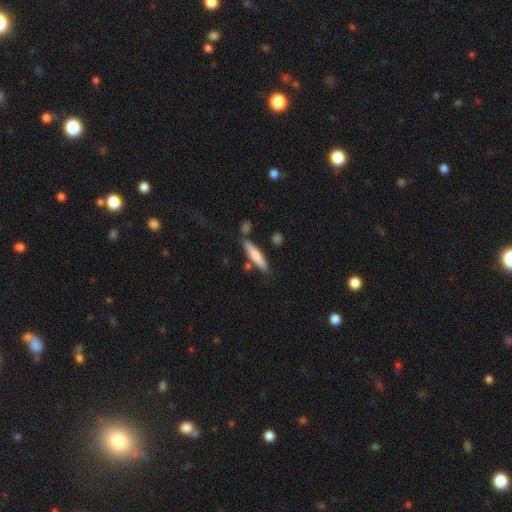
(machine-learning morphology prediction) Q: Smooth or featured?
A: smooth (68%); runner-up: featured or disk (26%)
Q: How rounded?
A: cigar-shaped (86%); runner-up: in between (13%)
Q: Merging?
A: none (78%); runner-up: minor disturbance (12%)